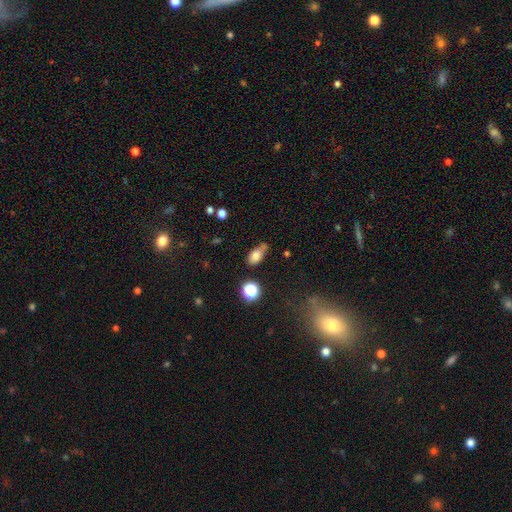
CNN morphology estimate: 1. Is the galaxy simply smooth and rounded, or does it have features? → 77% smooth, 12% star or artifact, 11% featured or disk.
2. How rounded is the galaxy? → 84% in between, 11% round, 5% cigar-shaped.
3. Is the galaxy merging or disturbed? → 48% none, 30% minor disturbance, 13% merger, 9% major disturbance.